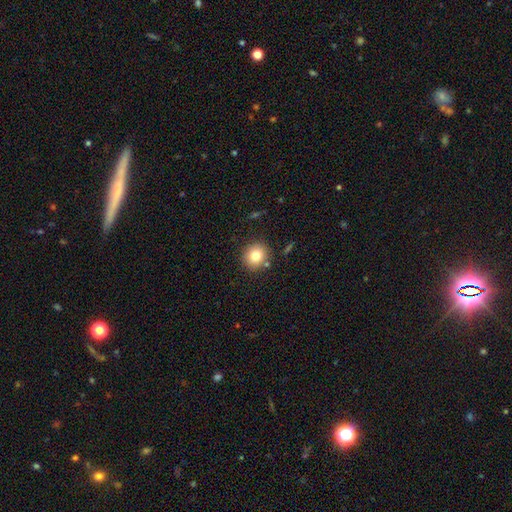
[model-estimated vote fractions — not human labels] This appears to be a smooth galaxy with no disk features (80%) that is round (82%). Merging: none (85%).